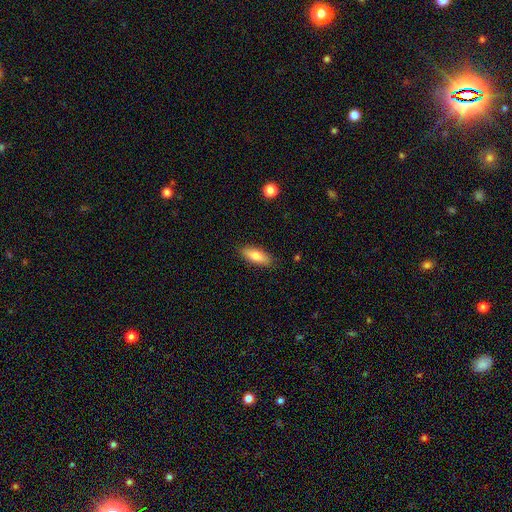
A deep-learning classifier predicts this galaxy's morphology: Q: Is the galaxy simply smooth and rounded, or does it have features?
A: smooth — 79%.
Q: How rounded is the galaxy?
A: in between — 70%.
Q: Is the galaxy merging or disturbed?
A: none — 87%.